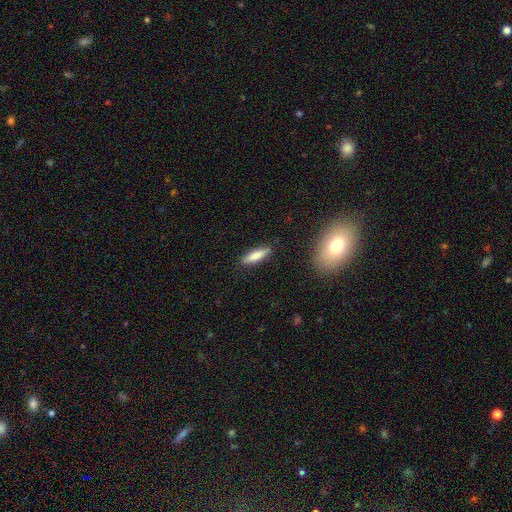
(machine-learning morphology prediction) This is likely a smooth galaxy (79%). How rounded: likely cigar-shaped (61%). Merging: clearly none (86%).